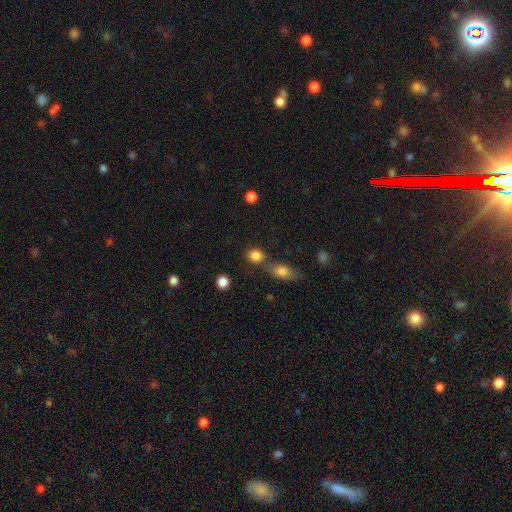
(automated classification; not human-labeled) Smooth or featured?
  - smooth: 84% *
  - star or artifact: 10%
  - featured or disk: 6%
How rounded?
  - round: 70% *
  - in between: 28%
  - cigar-shaped: 2%
Merging?
  - none: 55% *
  - merger: 31%
  - minor disturbance: 10%
  - major disturbance: 4%